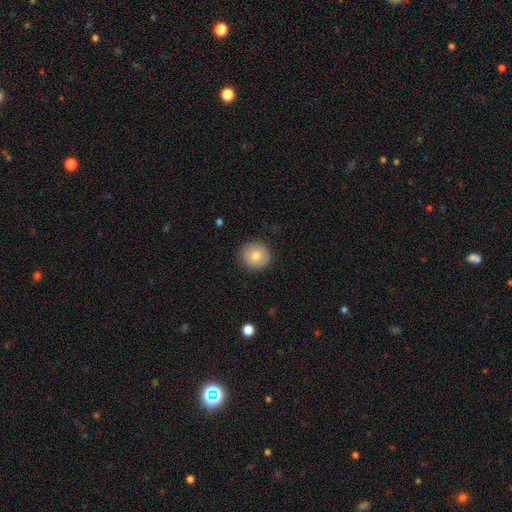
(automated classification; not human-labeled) Smooth or featured? smooth (78%)
How rounded? round (93%)
Merging? none (90%)